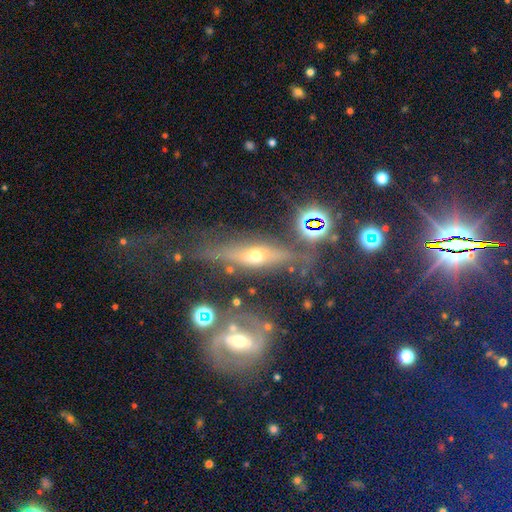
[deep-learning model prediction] Morphology: type=featured or disk (60%); edge-on=yes (78%); merging=none (59%).